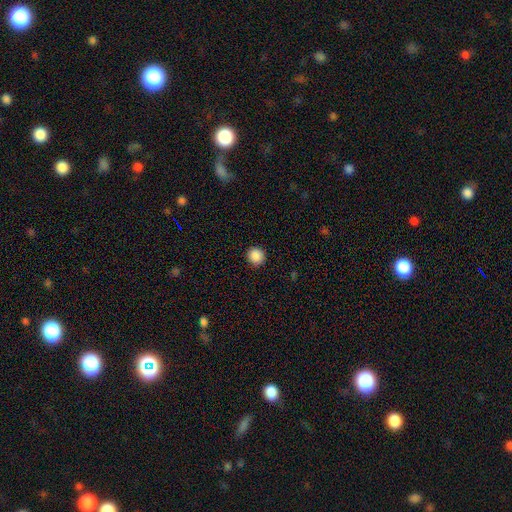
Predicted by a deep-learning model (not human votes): This is clearly a smooth galaxy (88%). How rounded: clearly round (94%). Merging: clearly none (91%).